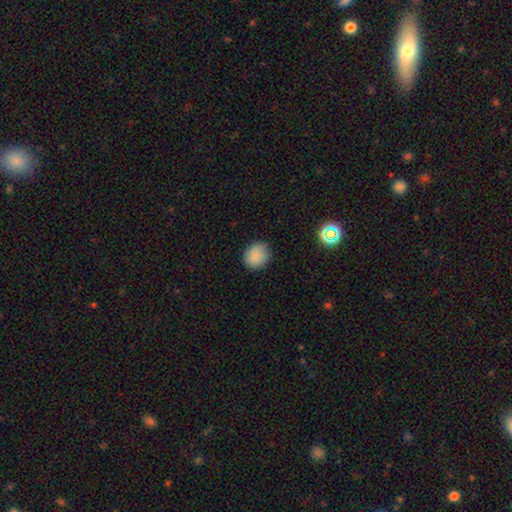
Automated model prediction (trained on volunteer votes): This is clearly a smooth galaxy (87%). How rounded: likely round (70%). Merging: clearly none (86%).